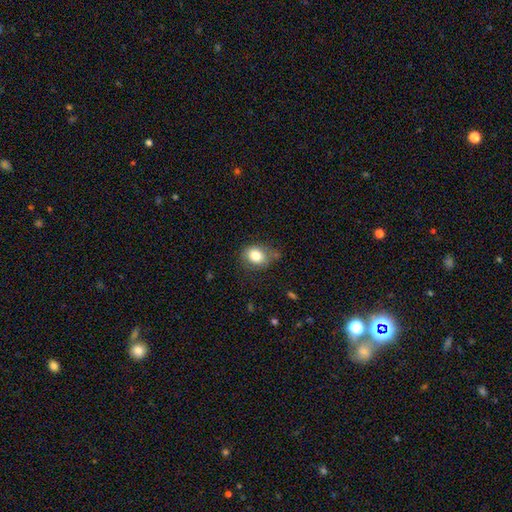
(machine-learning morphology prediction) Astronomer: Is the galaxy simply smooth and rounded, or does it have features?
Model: smooth — 81%.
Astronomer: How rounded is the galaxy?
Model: in between — 54% (runner-up: round, 46%).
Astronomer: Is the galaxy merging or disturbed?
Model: none — 66%.